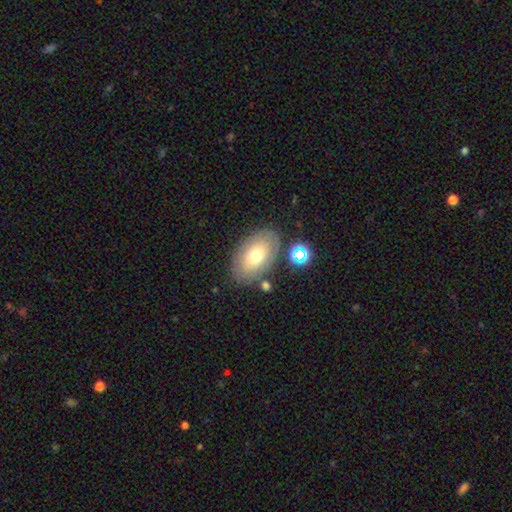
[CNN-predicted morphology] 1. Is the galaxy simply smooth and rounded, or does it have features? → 68% smooth, 23% featured or disk, 9% star or artifact.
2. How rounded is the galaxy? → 91% in between, 8% round, 1% cigar-shaped.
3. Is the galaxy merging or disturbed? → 78% none, 12% minor disturbance, 5% merger, 4% major disturbance.